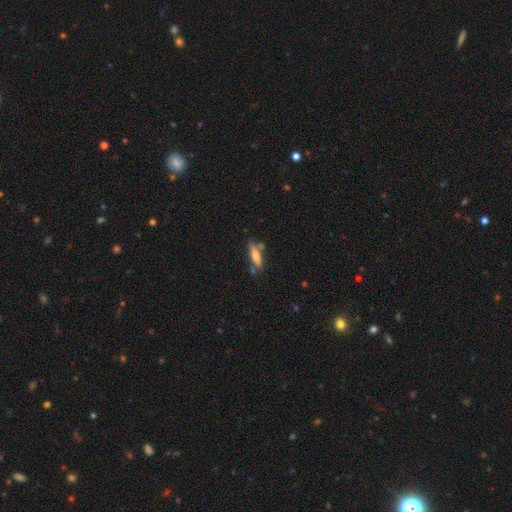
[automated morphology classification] Q: Smooth or featured?
A: smooth (67%); runner-up: featured or disk (25%)
Q: How rounded?
A: cigar-shaped (67%); runner-up: in between (31%)
Q: Merging?
A: none (65%); runner-up: minor disturbance (19%)